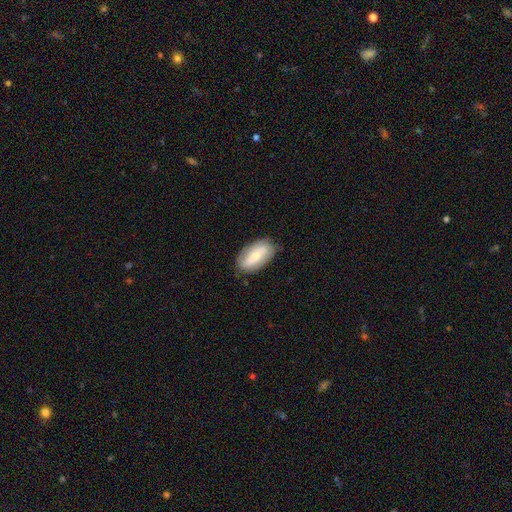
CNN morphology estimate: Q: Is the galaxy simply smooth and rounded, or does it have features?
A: smooth — 48%.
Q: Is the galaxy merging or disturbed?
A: none — 79%.